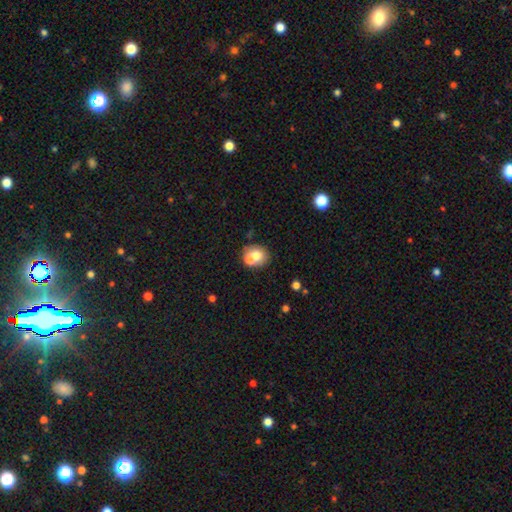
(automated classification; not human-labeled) Smooth or featured: smooth — 68% (featured or disk — 23%)
How rounded: round — 68% (in between — 31%)
Merging: merger — 47% (none — 41%)